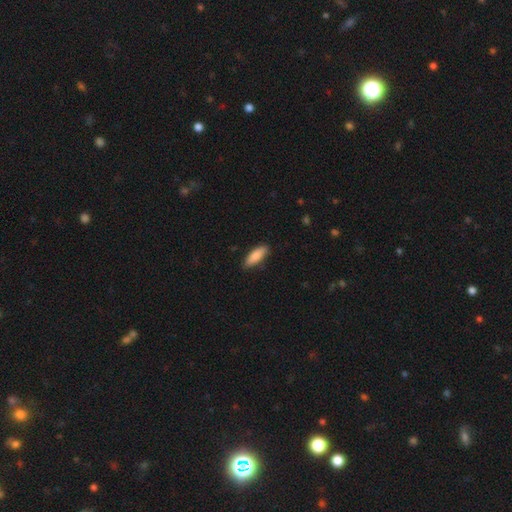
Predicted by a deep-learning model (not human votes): smooth-or-featured: smooth: 84% | featured or disk: 11% | star or artifact: 6%
  how-rounded: in between: 57% | cigar-shaped: 41% | round: 2%
  merging: none: 86% | minor disturbance: 11% | major disturbance: 2% | merger: 1%